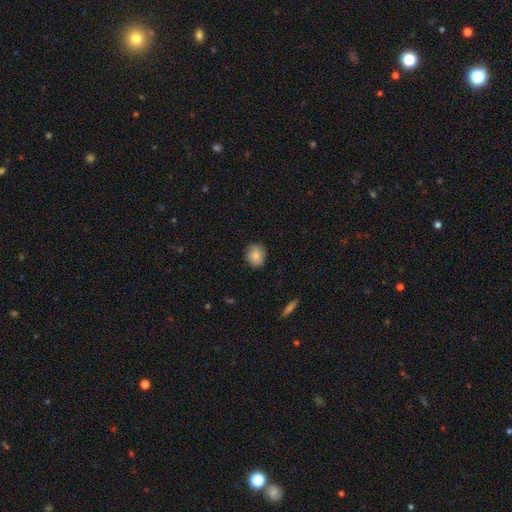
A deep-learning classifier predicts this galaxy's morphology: Smooth or featured?
  - smooth: 84% *
  - featured or disk: 9%
  - star or artifact: 8%
How rounded?
  - round: 73% *
  - in between: 26%
  - cigar-shaped: 1%
Merging?
  - none: 84% *
  - minor disturbance: 13%
  - major disturbance: 2%
  - merger: 1%